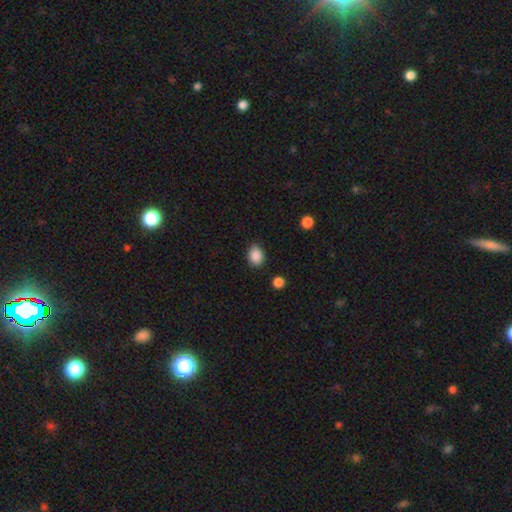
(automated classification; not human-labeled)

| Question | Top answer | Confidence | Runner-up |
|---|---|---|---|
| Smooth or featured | smooth | 88% | star or artifact (8%) |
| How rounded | in between | 58% | round (41%) |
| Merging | none | 82% | minor disturbance (14%) |